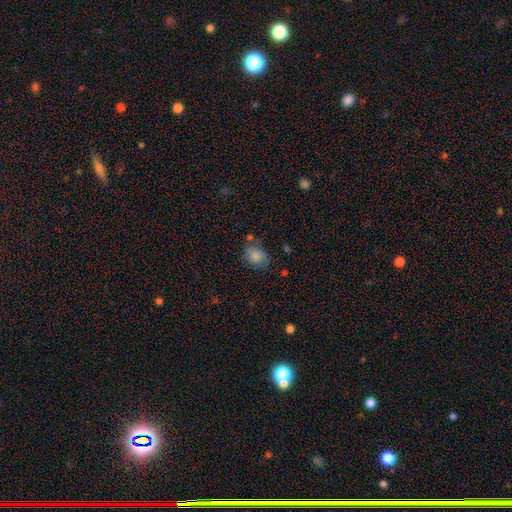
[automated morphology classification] type=smooth (82%); roundness=in between (57%); merging=none (60%).